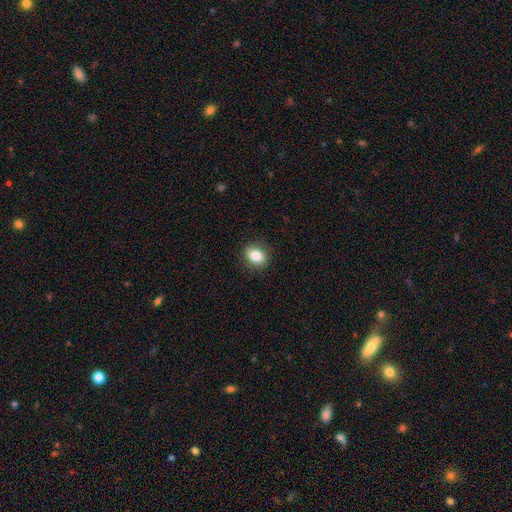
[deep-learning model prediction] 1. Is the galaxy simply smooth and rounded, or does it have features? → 82% smooth, 9% featured or disk, 9% star or artifact.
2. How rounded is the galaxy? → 64% in between, 34% round, 1% cigar-shaped.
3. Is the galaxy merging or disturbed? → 88% none, 9% minor disturbance, 2% major disturbance, 1% merger.